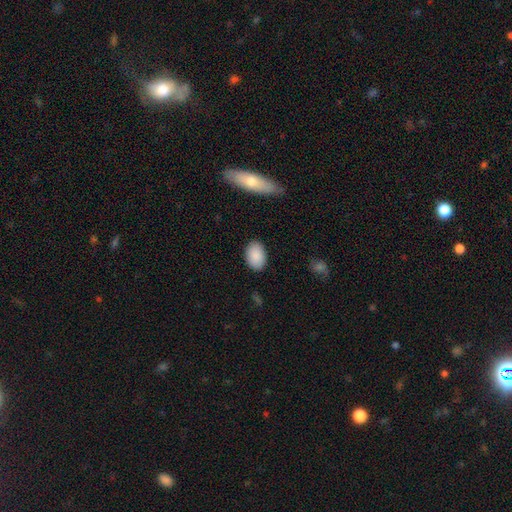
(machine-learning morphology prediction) smooth-or-featured: smooth: 89% | star or artifact: 6% | featured or disk: 4%
  how-rounded: in between: 88% | round: 11% | cigar-shaped: 1%
  merging: none: 86% | minor disturbance: 10% | major disturbance: 2% | merger: 1%